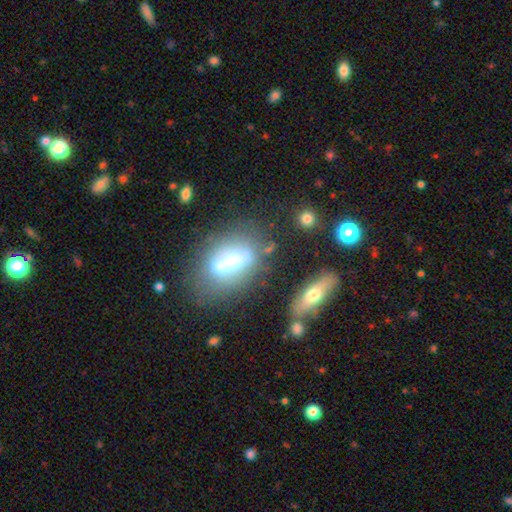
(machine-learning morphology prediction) Overall: smooth (54%; featured or disk 28%). How rounded: in between (82%). Merging: none (66%).